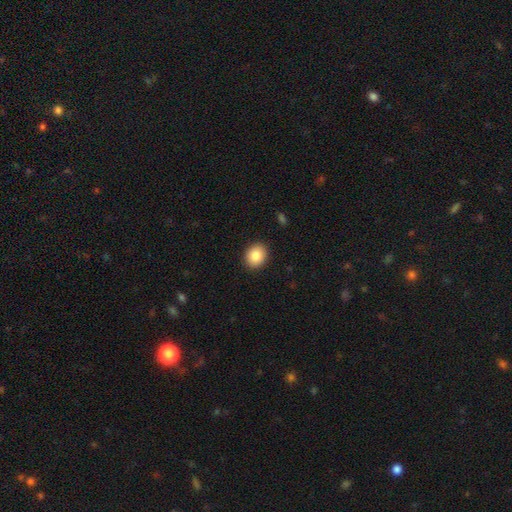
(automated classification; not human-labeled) Smooth or featured? smooth (85%)
How rounded? round (62%)
Merging? none (91%)